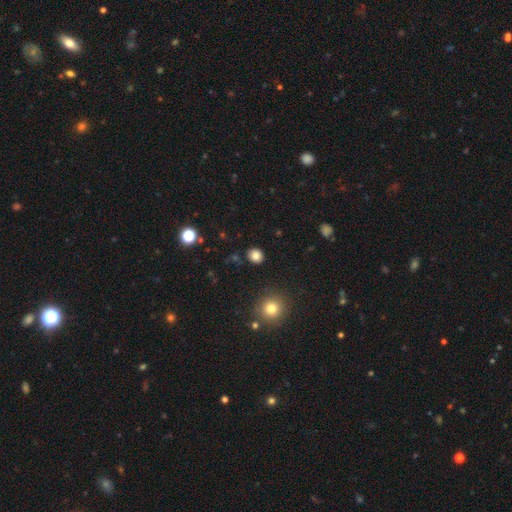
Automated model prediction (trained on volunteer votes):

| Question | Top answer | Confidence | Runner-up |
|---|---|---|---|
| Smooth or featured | smooth | 83% | star or artifact (12%) |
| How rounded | round | 79% | in between (20%) |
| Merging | none | 89% | minor disturbance (7%) |